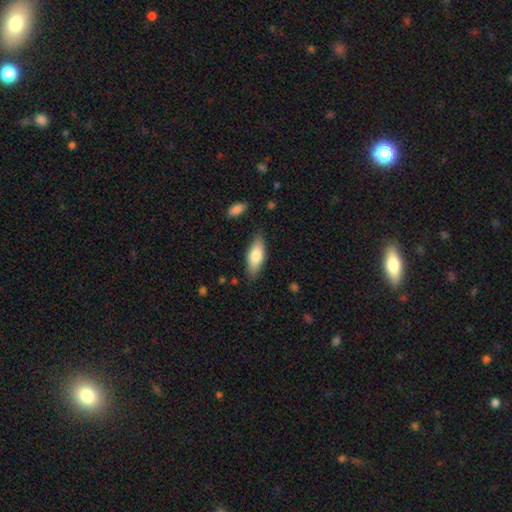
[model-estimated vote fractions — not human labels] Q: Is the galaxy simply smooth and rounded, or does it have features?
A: smooth — 75%.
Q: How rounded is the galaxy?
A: in between — 73%.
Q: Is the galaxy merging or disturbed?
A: none — 83%.